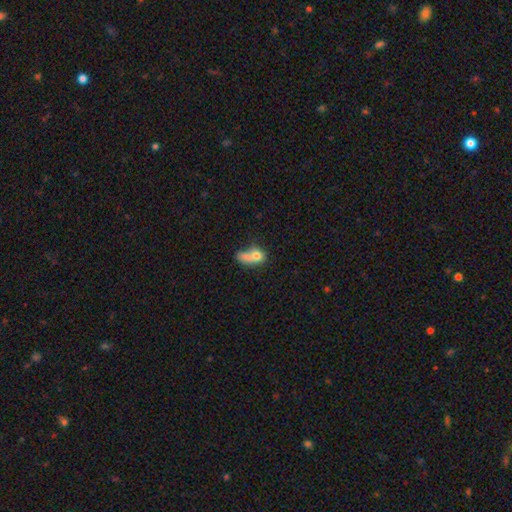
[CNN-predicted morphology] The model was most divided on "how rounded": in between: 62%, round: 32%, cigar-shaped: 5%. More confident: smooth or featured — smooth (71%); merging — merger (55%).